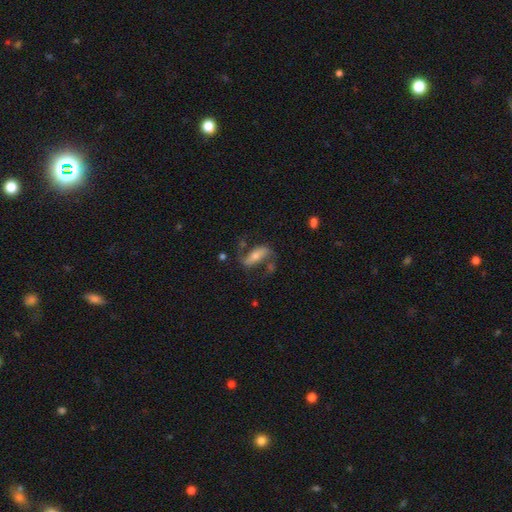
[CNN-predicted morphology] smooth-or-featured: featured or disk: 69% | smooth: 24% | star or artifact: 7%
  disk-edge-on: no: 86% | yes: 14%
    bar: strong: 46% | no: 29% | weak: 25%
    has-spiral-arms: yes: 87% | no: 13%
      spiral-winding: loose: 58% | medium: 31% | tight: 11%
      spiral-arm-count: 2: 88% | can't tell: 5% | 1: 5% | 3: 1% | 4: 1% | more than 4: 1%
    bulge-size: moderate: 49% | small: 40% | large: 6% | none: 3% | dominant: 2%
  merging: none: 61% | minor disturbance: 18% | major disturbance: 15% | merger: 6%